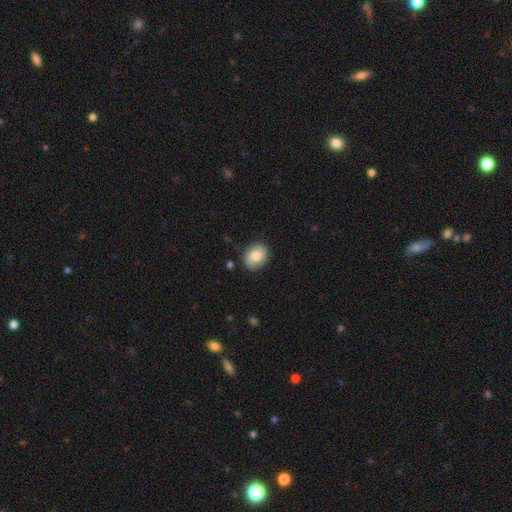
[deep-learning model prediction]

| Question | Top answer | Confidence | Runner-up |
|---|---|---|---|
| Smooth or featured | smooth | 70% | featured or disk (23%) |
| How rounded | round | 57% | in between (42%) |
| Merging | none | 83% | minor disturbance (13%) |